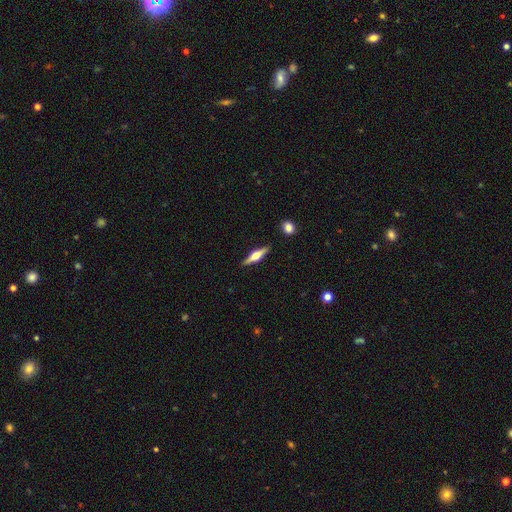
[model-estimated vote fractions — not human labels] This is likely a featured or disk galaxy (67%). It is clearly viewed edge-on (97%). Edge-on bulge: clearly rounded (91%). Merging: clearly none (89%).